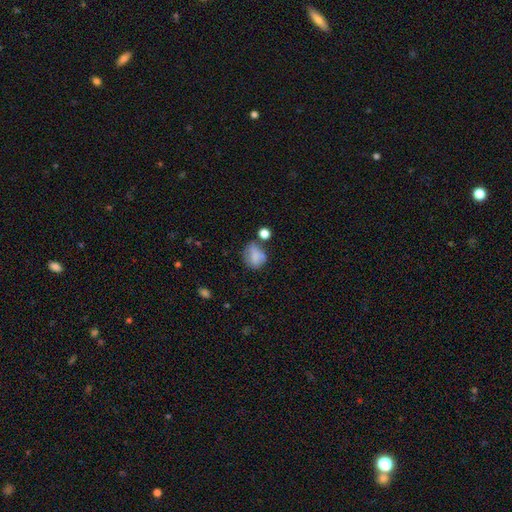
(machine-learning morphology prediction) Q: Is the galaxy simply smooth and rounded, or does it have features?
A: smooth — 76%.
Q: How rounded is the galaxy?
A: round — 55%.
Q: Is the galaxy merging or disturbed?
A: none — 46%.